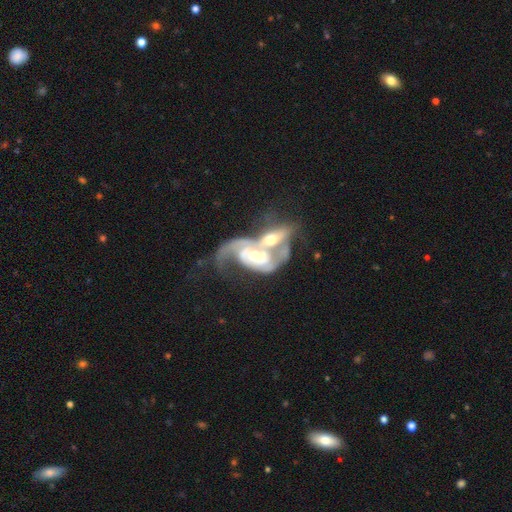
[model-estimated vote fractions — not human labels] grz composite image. It shows a featured or disk galaxy (79%) with no bar (59%), 2 (52%) loose (38%) spiral arms (86%) and a moderate central bulge (63%). Merging: merger (80%).